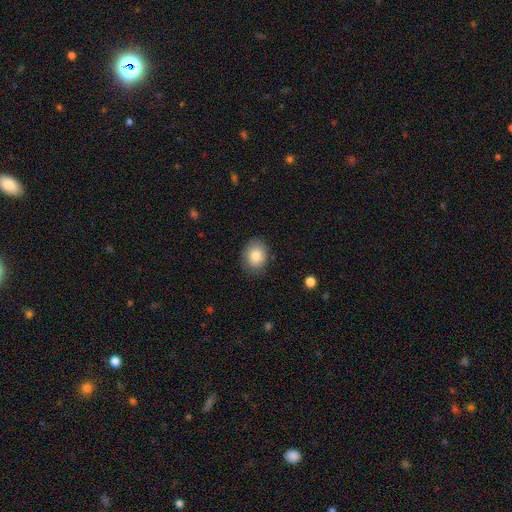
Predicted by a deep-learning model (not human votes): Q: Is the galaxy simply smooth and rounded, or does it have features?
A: smooth — 82%.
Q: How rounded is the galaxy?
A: in between — 50%.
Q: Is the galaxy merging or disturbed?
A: none — 81%.